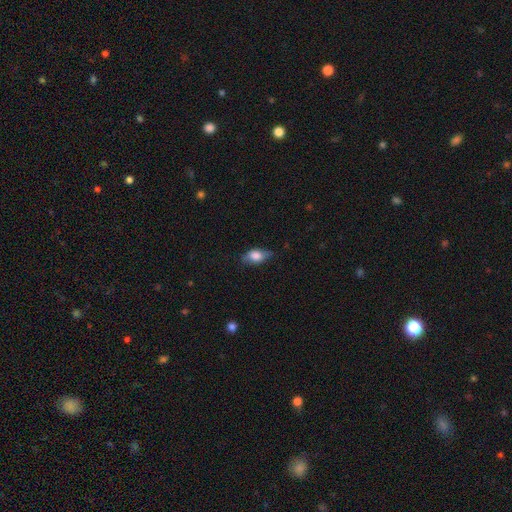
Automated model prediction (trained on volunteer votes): Smooth or featured? smooth (69%)
How rounded? in between (83%)
Merging? none (67%)